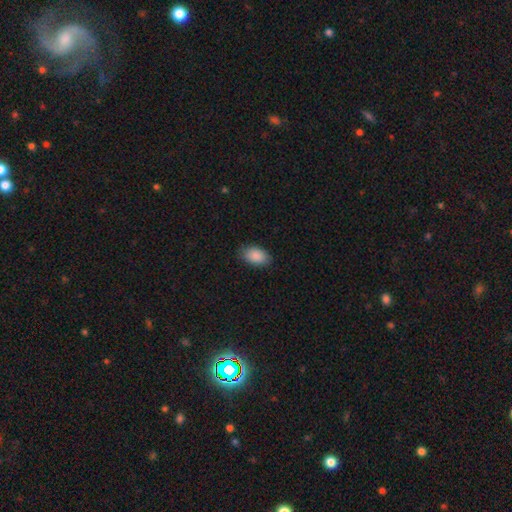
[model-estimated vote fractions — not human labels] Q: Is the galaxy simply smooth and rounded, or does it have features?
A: smooth — 90%.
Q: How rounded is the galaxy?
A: in between — 93%.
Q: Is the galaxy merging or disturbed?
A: none — 85%.